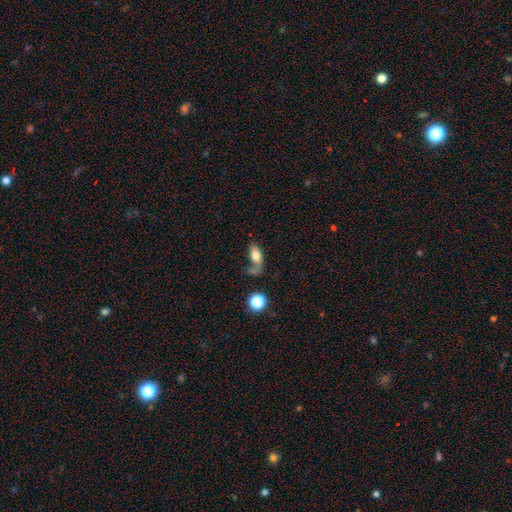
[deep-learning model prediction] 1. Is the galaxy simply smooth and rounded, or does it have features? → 68% smooth, 22% featured or disk, 10% star or artifact.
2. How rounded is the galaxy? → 81% in between, 10% round, 9% cigar-shaped.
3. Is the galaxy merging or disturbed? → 30% none, 27% major disturbance, 25% merger, 18% minor disturbance.